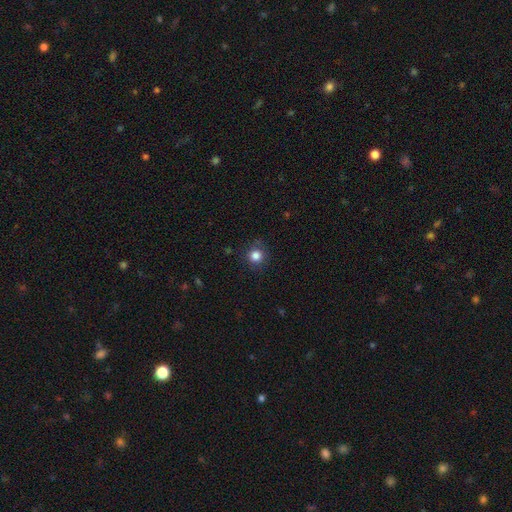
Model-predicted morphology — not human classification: A smooth galaxy with no disk features (83%) that is round (93%). Merging: none (86%).